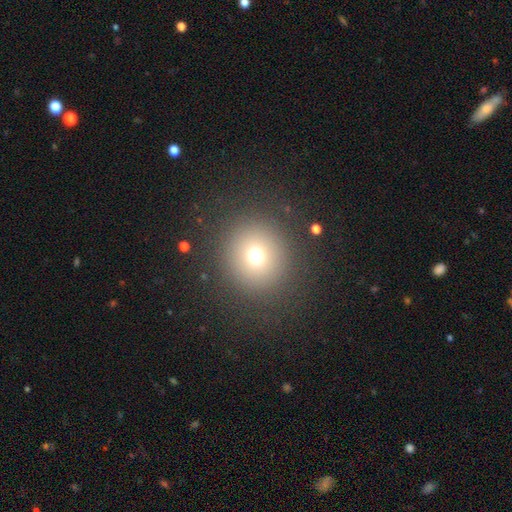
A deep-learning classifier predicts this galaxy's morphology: Smooth or featured? smooth (70%)
How rounded? round (93%)
Merging? none (88%)